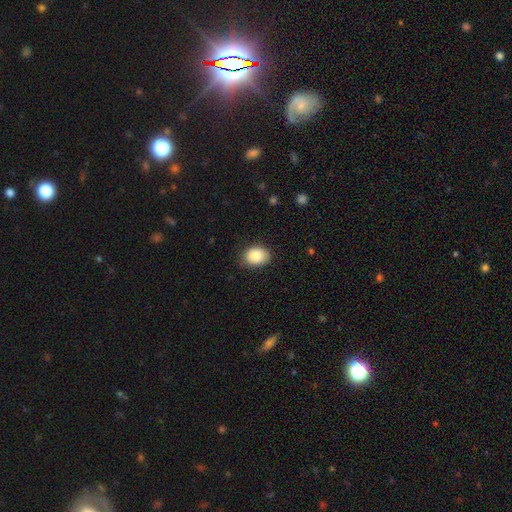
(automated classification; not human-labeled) A smooth galaxy with no disk features (87%) that is in between round and cigar-shaped (65%). Merging: none (84%).